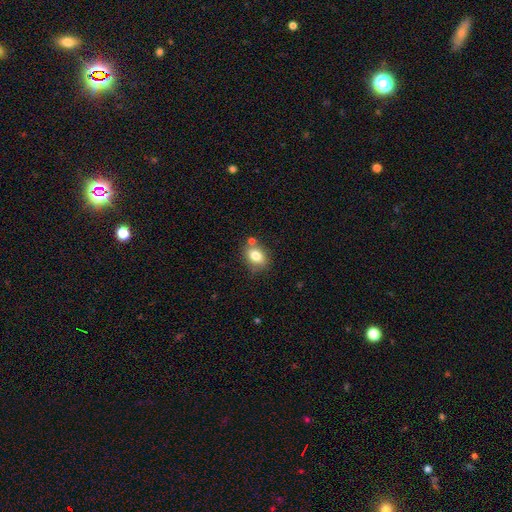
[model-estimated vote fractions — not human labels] smooth 79%, featured or disk 12%, star or artifact 10%. Down the decision tree: how rounded — in between (66%); merging — none (70%).